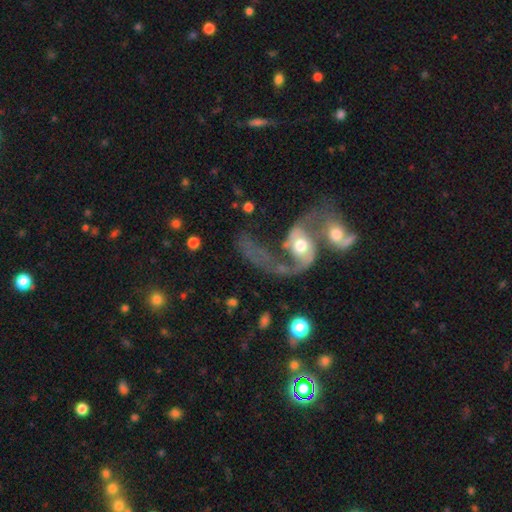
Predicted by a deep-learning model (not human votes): Q: Smooth or featured?
A: featured or disk (70%); runner-up: smooth (19%)
Q: Edge-on disk?
A: no (95%); runner-up: yes (5%)
Q: Bar?
A: no (63%); runner-up: weak (27%)
Q: Spiral arms?
A: yes (80%); runner-up: no (20%)
Q: Spiral winding?
A: loose (66%); runner-up: medium (26%)
Q: Spiral arm count?
A: 1 (46%); runner-up: 2 (43%)
Q: Bulge size?
A: moderate (61%); runner-up: small (19%)
Q: Merging?
A: merger (63%); runner-up: major disturbance (19%)